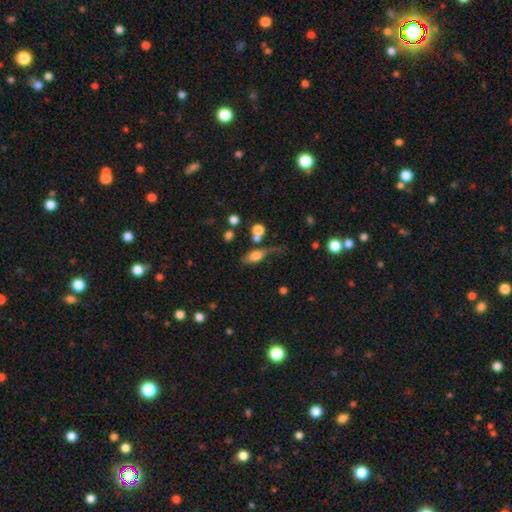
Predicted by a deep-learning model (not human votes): smooth_or_featured: smooth (p=0.59) [alt: featured or disk p=0.30]
how_rounded: in between (p=0.70) [alt: cigar-shaped p=0.19]
merging: none (p=0.37) [alt: minor disturbance p=0.24]